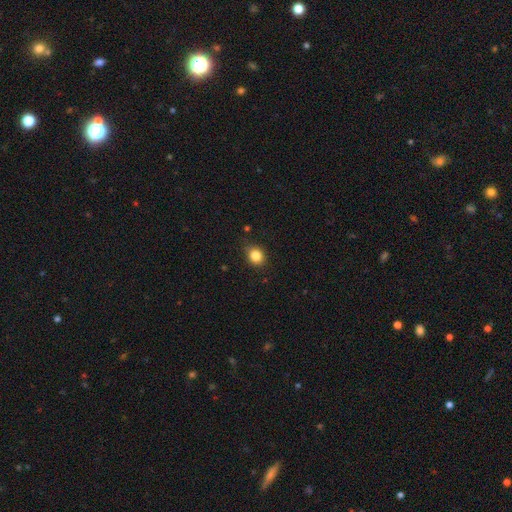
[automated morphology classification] Smooth or featured: smooth — 84% (star or artifact — 11%)
How rounded: round — 67% (in between — 32%)
Merging: none — 81% (minor disturbance — 15%)